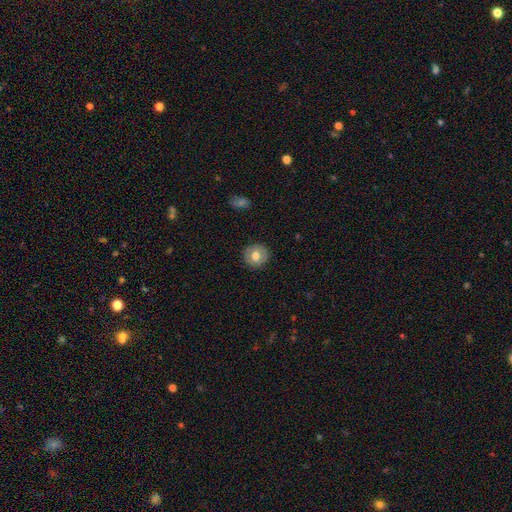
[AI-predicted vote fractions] This appears to be a smooth galaxy with no disk features (72%) that is round (92%). Merging: none (90%).